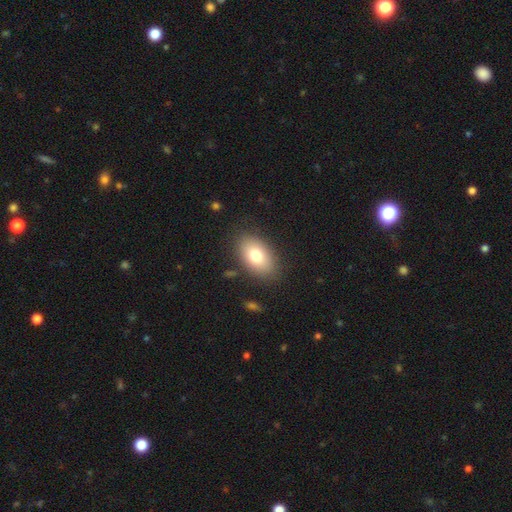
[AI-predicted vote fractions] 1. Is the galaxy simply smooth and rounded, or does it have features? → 76% smooth, 15% featured or disk, 8% star or artifact.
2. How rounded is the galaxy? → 90% in between, 8% round, 1% cigar-shaped.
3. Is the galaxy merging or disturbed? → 84% none, 11% minor disturbance, 4% major disturbance, 2% merger.